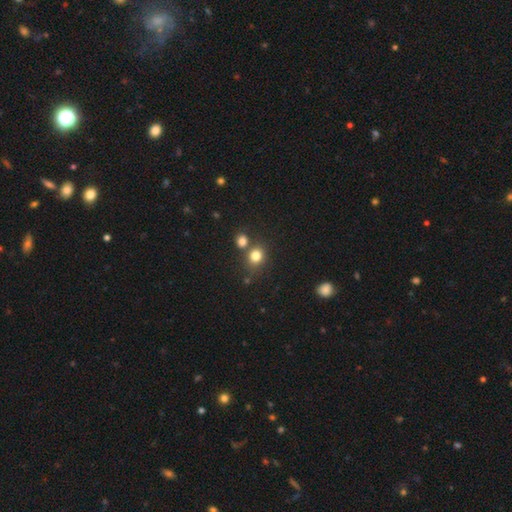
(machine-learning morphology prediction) smooth_or_featured: smooth (p=0.79) [alt: star or artifact p=0.14]
how_rounded: round (p=0.75) [alt: in between p=0.24]
merging: none (p=0.63) [alt: merger p=0.23]